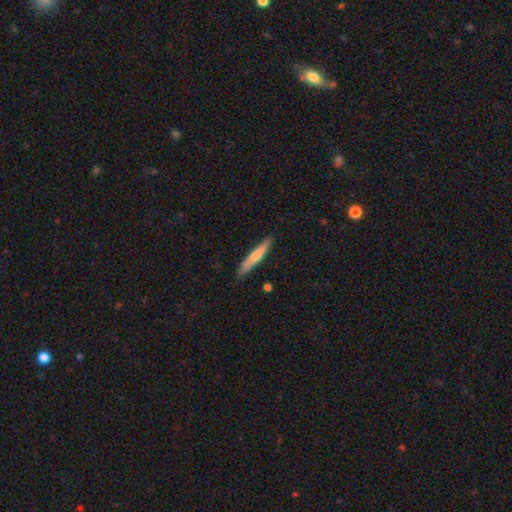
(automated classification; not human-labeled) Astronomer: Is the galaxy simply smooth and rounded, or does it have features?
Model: smooth — 61%.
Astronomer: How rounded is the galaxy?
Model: cigar-shaped — 92%.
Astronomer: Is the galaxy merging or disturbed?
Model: none — 87%.